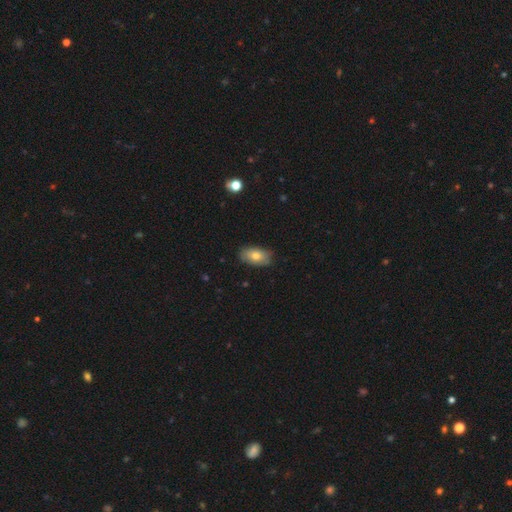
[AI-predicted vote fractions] Morphology: type=smooth (75%); roundness=in between (92%); merging=none (81%).